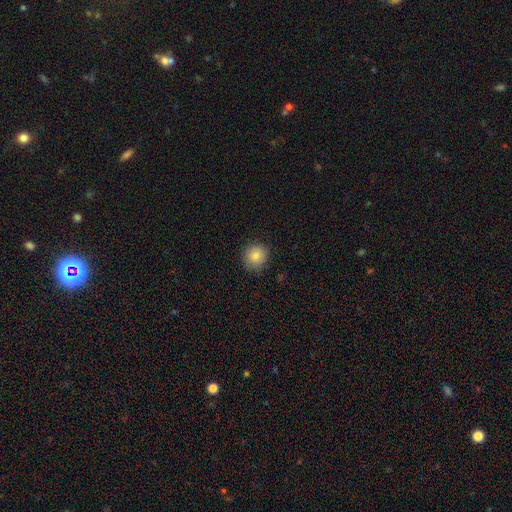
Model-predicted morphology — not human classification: This appears to be a smooth galaxy with no disk features (85%) that is round (90%). Merging: none (86%).